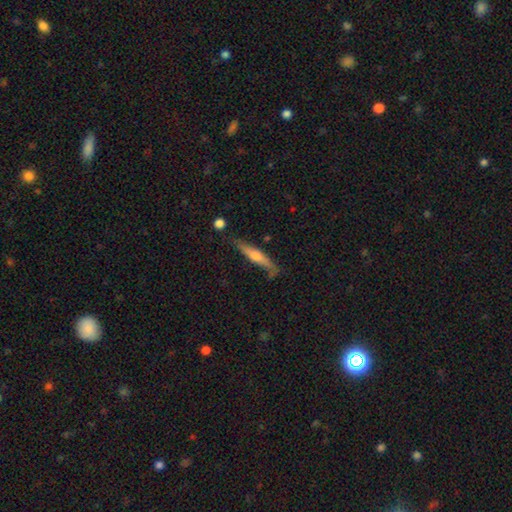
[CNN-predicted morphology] A featured or disk galaxy (55%) viewed edge-on (91%) with a rounded central bulge (76%). Merging: none (72%).